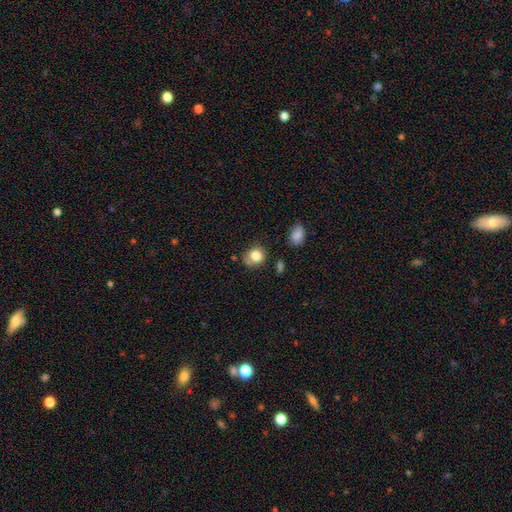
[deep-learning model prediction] A smooth galaxy with no disk features (81%) that is round (76%).

Vote fractions:
- Smooth or featured? smooth: 81% / star or artifact: 10% / featured or disk: 9%
- How rounded? round: 76% / in between: 24% / cigar-shaped: 1%
- Merging? none: 64% / minor disturbance: 23% / major disturbance: 7% / merger: 6%